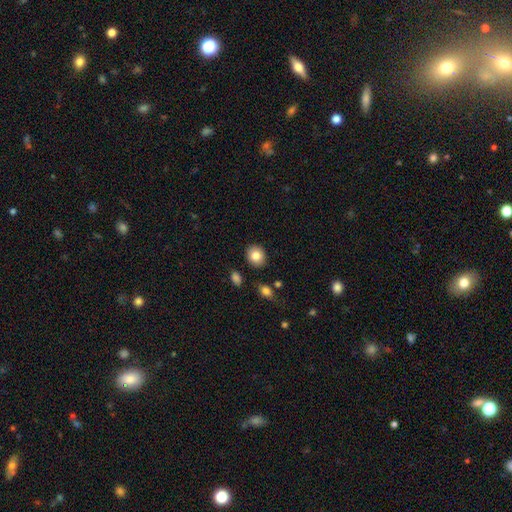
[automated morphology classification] The model was most divided on "how rounded": round: 67%, in between: 32%, cigar-shaped: 1%. More confident: merging — none (87%); smooth or featured — smooth (84%).